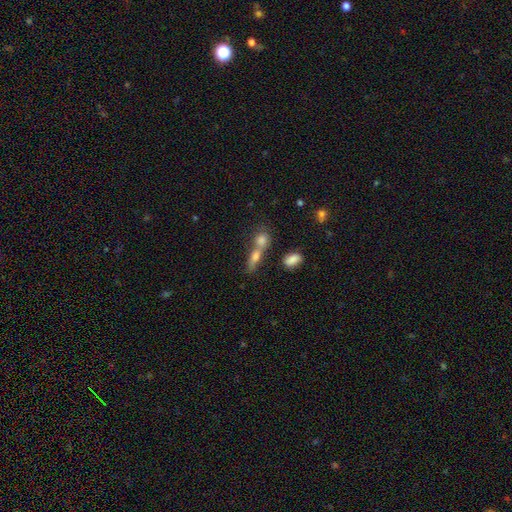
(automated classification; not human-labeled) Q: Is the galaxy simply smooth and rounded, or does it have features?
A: smooth — 63%.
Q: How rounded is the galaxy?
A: in between — 46%.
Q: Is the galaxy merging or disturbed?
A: merger — 48%.